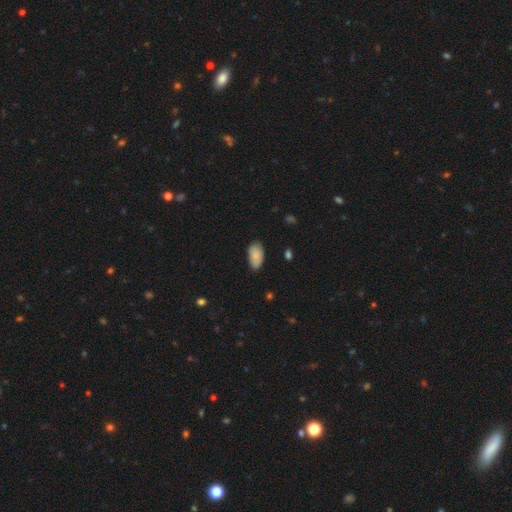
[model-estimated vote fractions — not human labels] A smooth galaxy with no disk features (83%) that is in between round and cigar-shaped (95%). Merging: none (78%).